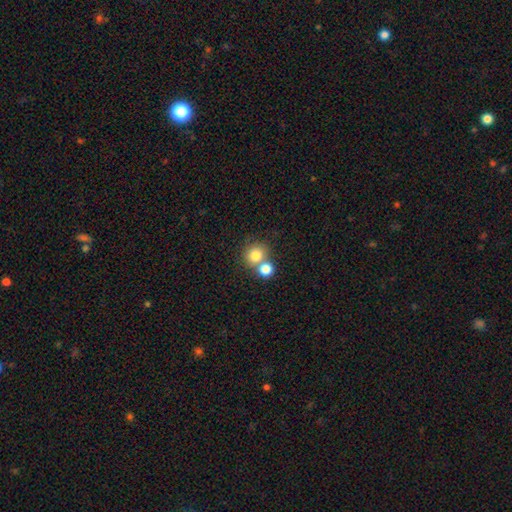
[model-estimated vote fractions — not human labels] Overall: smooth (79%). How rounded: round (87%). Merging: none (47%; merger 44%).